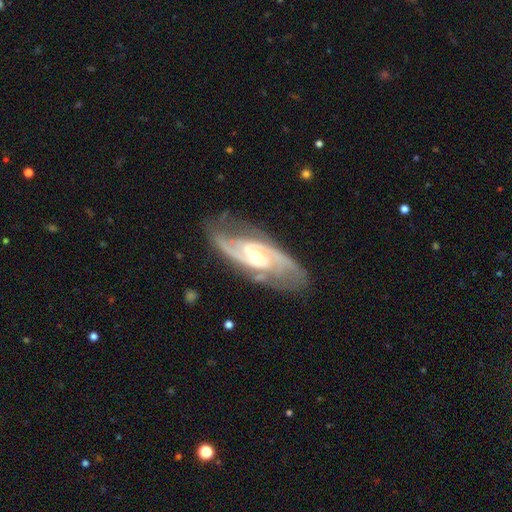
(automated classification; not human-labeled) This is clearly a featured or disk galaxy (91%). It is clearly not viewed edge-on (94%). Bar: marginally no (44%). Spiral arm pattern: clearly yes (98%). Spiral arm count: likely 2 (68%). Spiral winding: possibly medium (46%). Central bulge: possibly moderate (55%). Merging: likely none (76%).